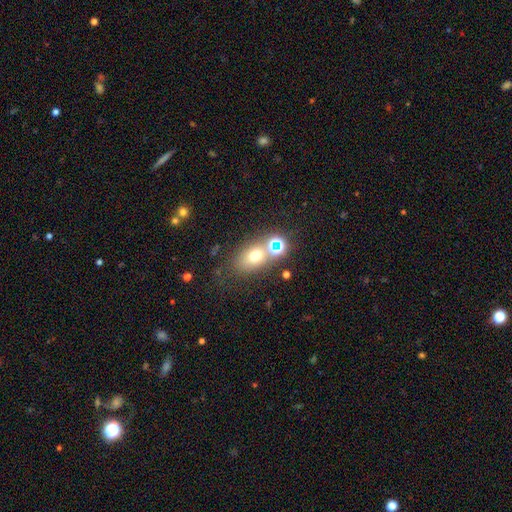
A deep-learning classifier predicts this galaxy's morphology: smooth 64%, star or artifact 21%, featured or disk 15%. Down the decision tree: how rounded — in between (65%); merging — none (58%).